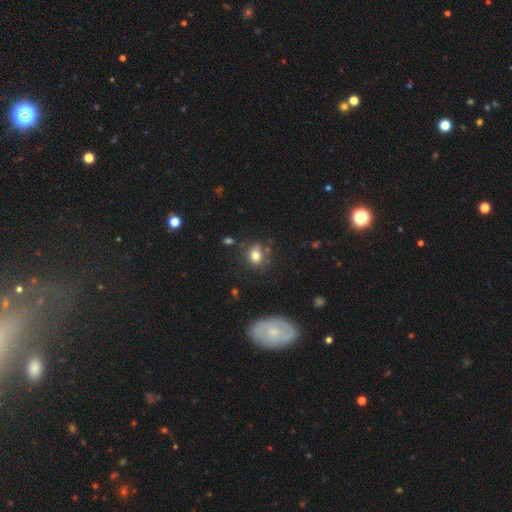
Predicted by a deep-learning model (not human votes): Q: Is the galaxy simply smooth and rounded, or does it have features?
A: smooth — 78%.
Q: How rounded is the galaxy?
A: round — 62%.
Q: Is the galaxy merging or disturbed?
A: none — 69%.